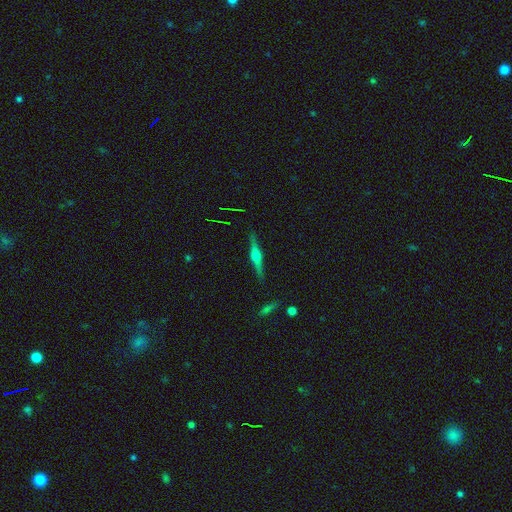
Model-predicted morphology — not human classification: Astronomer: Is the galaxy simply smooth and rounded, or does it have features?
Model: featured or disk — 80%.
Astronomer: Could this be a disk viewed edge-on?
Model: yes — 98%.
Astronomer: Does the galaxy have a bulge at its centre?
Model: rounded — 89%.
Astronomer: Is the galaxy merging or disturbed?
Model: none — 90%.